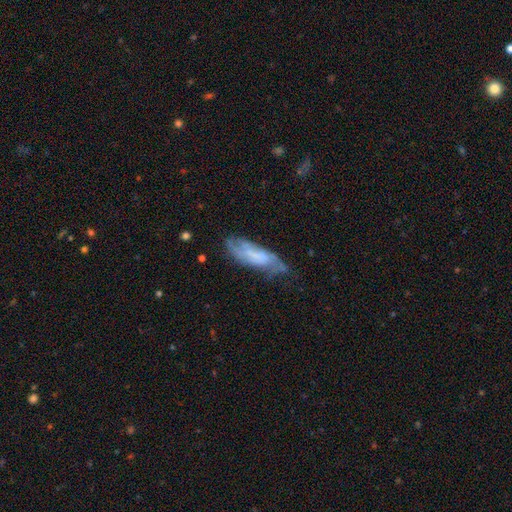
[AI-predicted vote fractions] Smooth or featured?
  - featured or disk: 55% *
  - smooth: 36%
  - star or artifact: 8%
Edge-on disk?
  - no: 78% *
  - yes: 22%
Merging?
  - none: 56% *
  - minor disturbance: 29%
  - major disturbance: 12%
  - merger: 3%